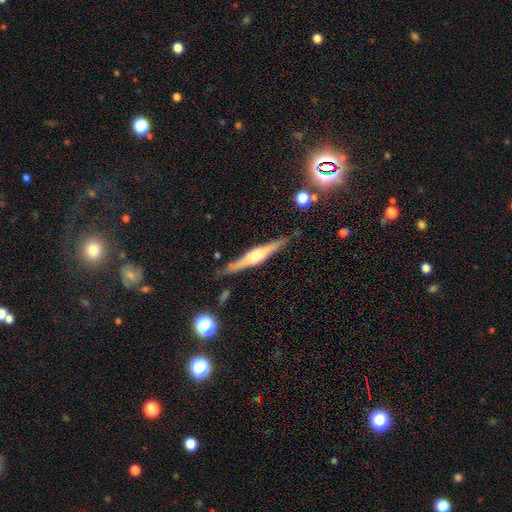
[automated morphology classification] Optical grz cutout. It shows a featured or disk galaxy (73%) viewed edge-on (97%) with a rounded central bulge (87%). Merging: none (83%).